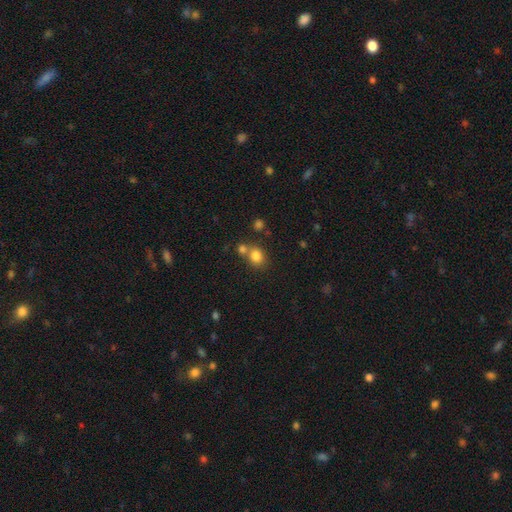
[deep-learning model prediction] Smooth or featured? smooth (81%)
How rounded? round (62%)
Merging? none (54%)